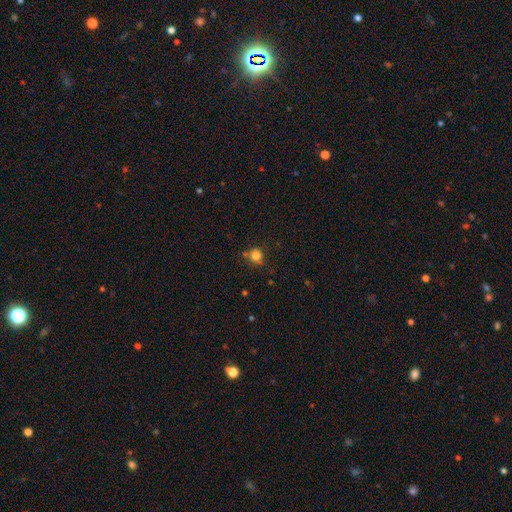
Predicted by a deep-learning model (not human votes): Morphology: type=smooth (82%); roundness=round (85%); merging=none (68%).